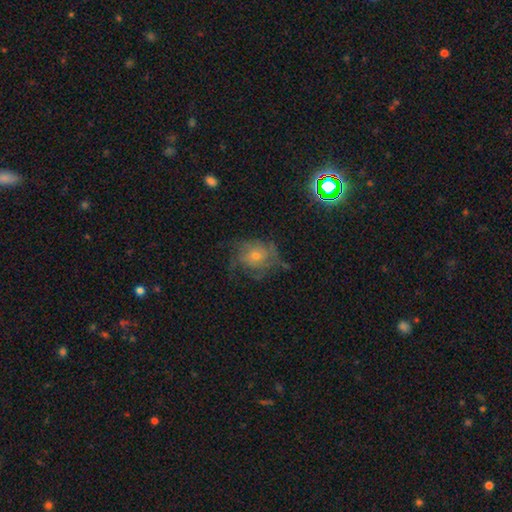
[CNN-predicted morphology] smooth_or_featured: featured or disk (p=0.57) [alt: smooth p=0.29]
disk_edge_on: no (p=0.97) [alt: yes p=0.03]
bar: no (p=0.81) [alt: weak p=0.16]
has_spiral_arms: yes (p=0.77) [alt: no p=0.23]
bulge_size: small (p=0.57) [alt: moderate p=0.35]
merging: none (p=0.54) [alt: minor disturbance p=0.23]